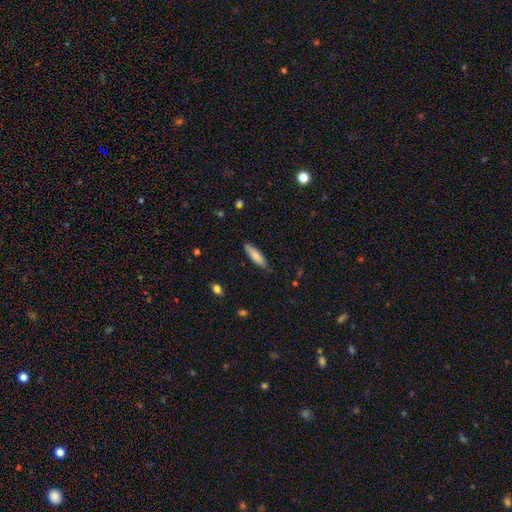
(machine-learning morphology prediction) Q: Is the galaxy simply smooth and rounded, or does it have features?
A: smooth — 82%.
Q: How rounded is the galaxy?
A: cigar-shaped — 64%.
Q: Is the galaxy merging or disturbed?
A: none — 82%.